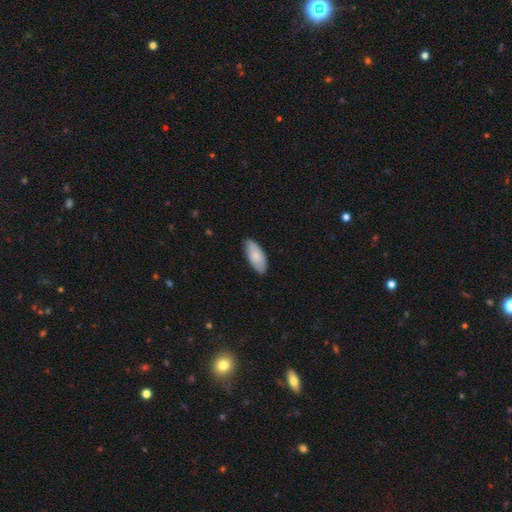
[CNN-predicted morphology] Smooth or featured?
  - smooth: 82% *
  - featured or disk: 12%
  - star or artifact: 5%
How rounded?
  - in between: 89% *
  - cigar-shaped: 10%
  - round: 2%
Merging?
  - none: 79% *
  - minor disturbance: 18%
  - major disturbance: 2%
  - merger: 1%